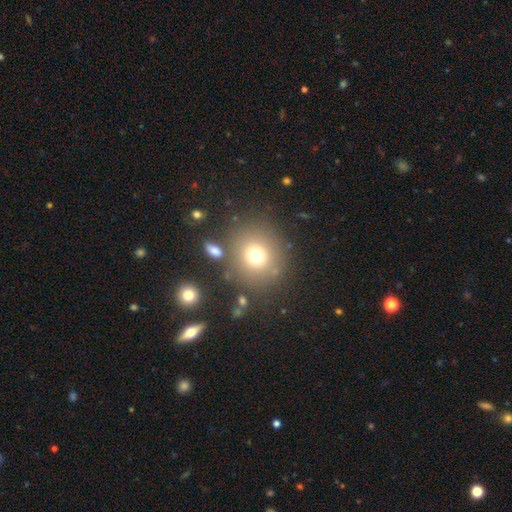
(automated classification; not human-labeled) smooth-or-featured: smooth: 72% | star or artifact: 16% | featured or disk: 11%
  how-rounded: round: 87% | in between: 12% | cigar-shaped: 1%
  merging: none: 78% | minor disturbance: 9% | merger: 8% | major disturbance: 5%